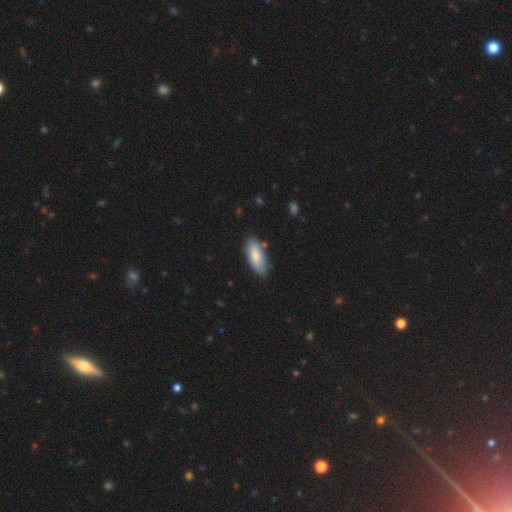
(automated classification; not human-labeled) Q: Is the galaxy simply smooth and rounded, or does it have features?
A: smooth — 82%.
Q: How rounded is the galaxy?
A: in between — 77%.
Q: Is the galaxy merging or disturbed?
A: none — 80%.